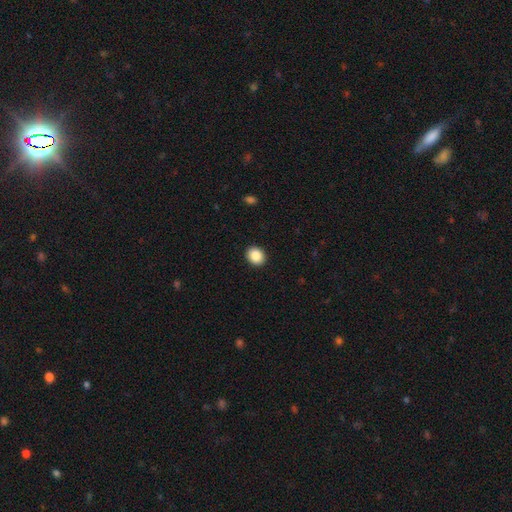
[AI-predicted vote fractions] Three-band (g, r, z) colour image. It shows a smooth galaxy with no disk features (88%) that is round (63%). Merging: none (92%).